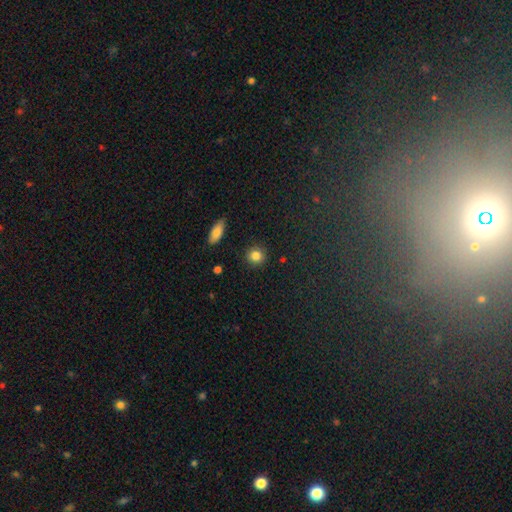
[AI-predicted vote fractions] This appears to be a smooth galaxy with no disk features (85%) that is round (89%). Merging: none (90%).